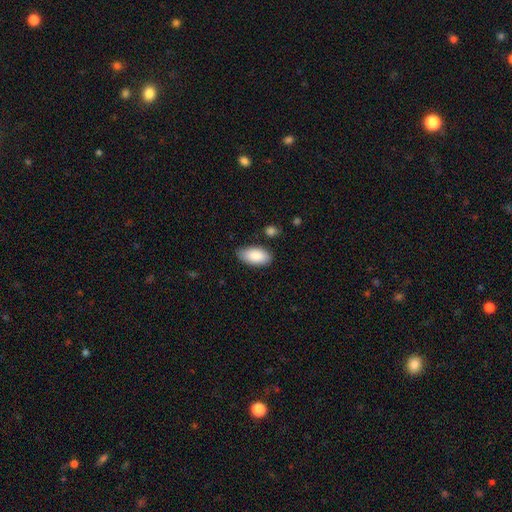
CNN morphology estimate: The model was most divided on "merging": none: 80%, minor disturbance: 15%, major disturbance: 3%, merger: 2%. More confident: how rounded — in between (94%); smooth or featured — smooth (87%).